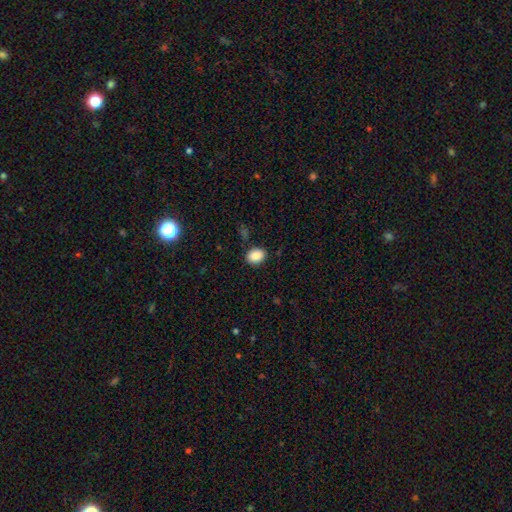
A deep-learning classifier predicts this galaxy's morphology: This is clearly a smooth galaxy (88%). How rounded: possibly in between (60%). Merging: clearly none (85%).